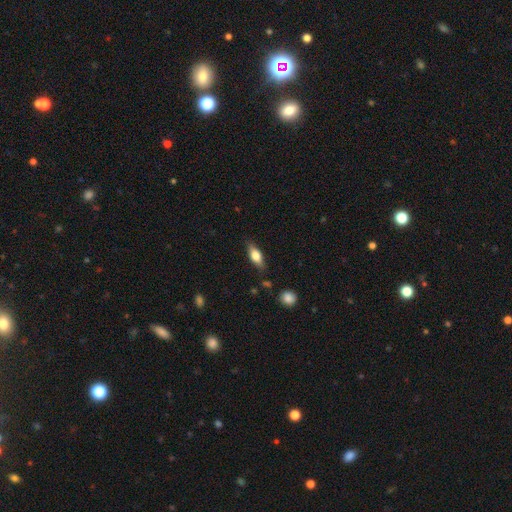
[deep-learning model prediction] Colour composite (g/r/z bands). It shows a smooth galaxy with no disk features (64%) that is in between round and cigar-shaped (74%). Merging: none (81%).